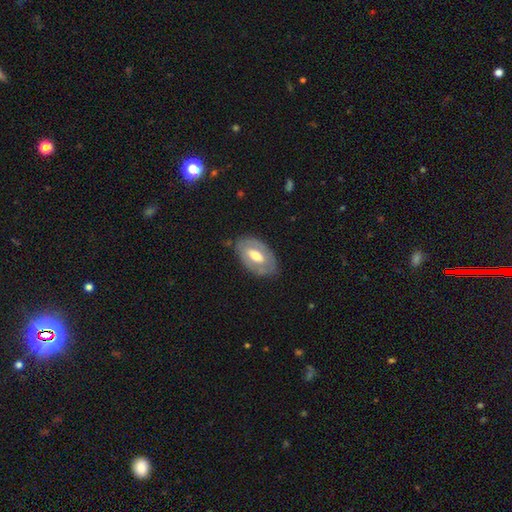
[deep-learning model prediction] smooth_or_featured: featured or disk (p=0.52) [alt: smooth p=0.43]
disk_edge_on: no (p=0.90) [alt: yes p=0.10]
merging: none (p=0.77) [alt: minor disturbance p=0.17]